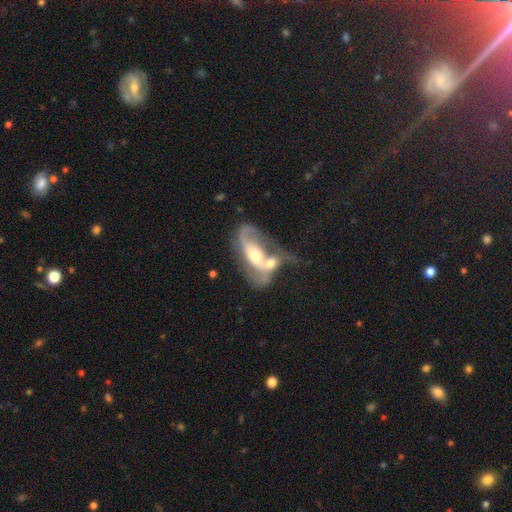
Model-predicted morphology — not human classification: smooth_or_featured: featured or disk (p=0.68) [alt: smooth p=0.25]
disk_edge_on: no (p=0.91) [alt: yes p=0.09]
bar: no (p=0.60) [alt: weak p=0.29]
has_spiral_arms: yes (p=0.71) [alt: no p=0.29]
bulge_size: moderate (p=0.67) [alt: large p=0.16]
merging: merger (p=0.68) [alt: none p=0.12]